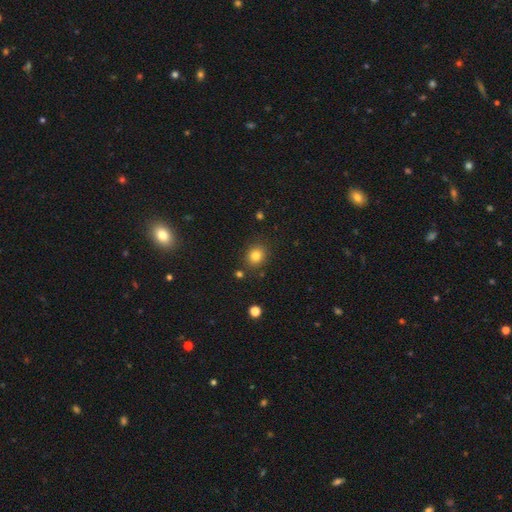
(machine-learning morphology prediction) Smooth or featured? smooth (81%)
How rounded? round (75%)
Merging? none (85%)